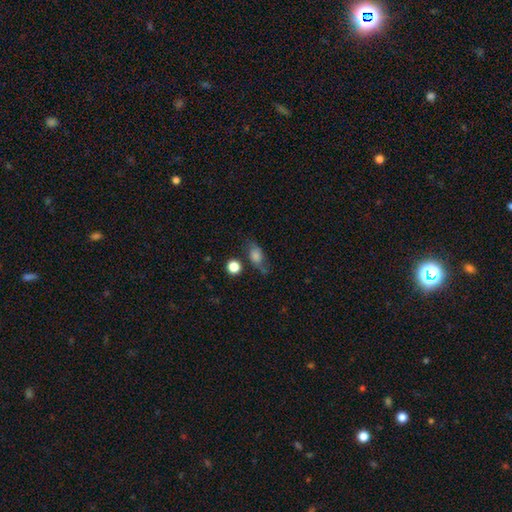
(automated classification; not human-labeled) smooth_or_featured: smooth (p=0.64) [alt: featured or disk p=0.23]
how_rounded: in between (p=0.69) [alt: round p=0.24]
merging: none (p=0.55) [alt: minor disturbance p=0.26]